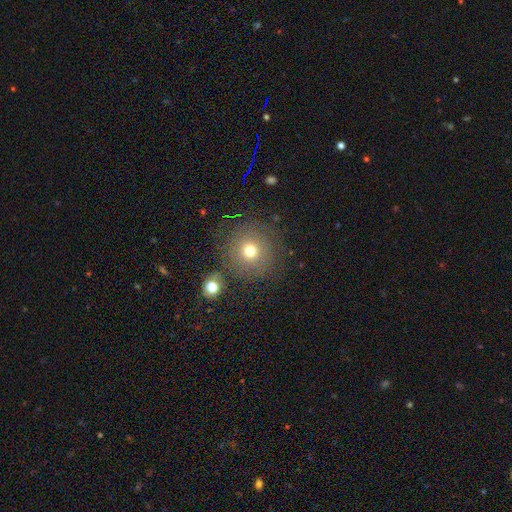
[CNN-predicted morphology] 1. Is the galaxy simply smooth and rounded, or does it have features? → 52% smooth, 34% star or artifact, 15% featured or disk.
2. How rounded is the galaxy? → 93% round, 6% in between, 1% cigar-shaped.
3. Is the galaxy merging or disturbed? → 84% none, 8% minor disturbance, 5% merger, 3% major disturbance.